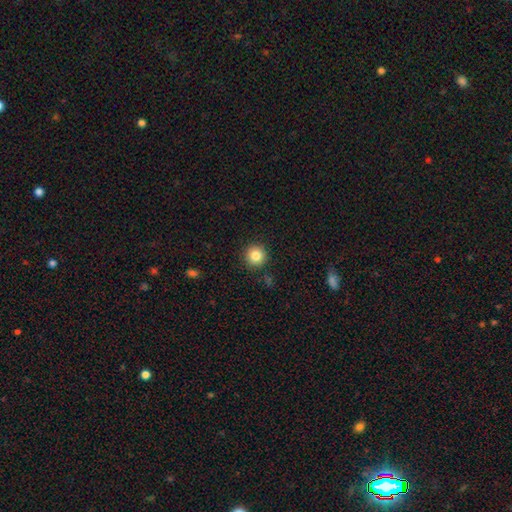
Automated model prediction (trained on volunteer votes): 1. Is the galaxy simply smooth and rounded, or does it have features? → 84% smooth, 10% star or artifact, 6% featured or disk.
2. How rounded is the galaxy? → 95% round, 4% in between, 1% cigar-shaped.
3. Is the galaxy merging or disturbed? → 91% none, 6% minor disturbance, 2% major disturbance, 1% merger.